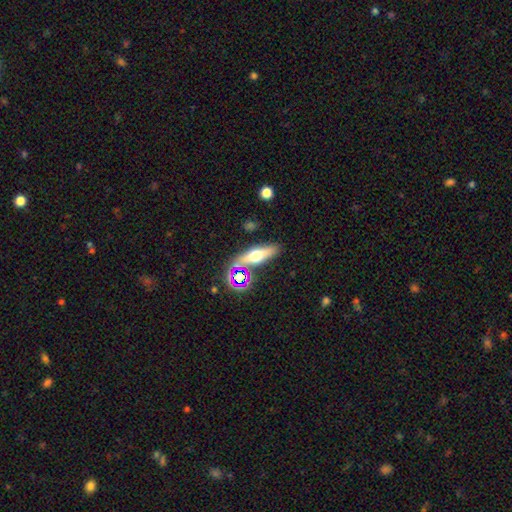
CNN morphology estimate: A smooth galaxy with no disk features (44%). Merging: none (76%).